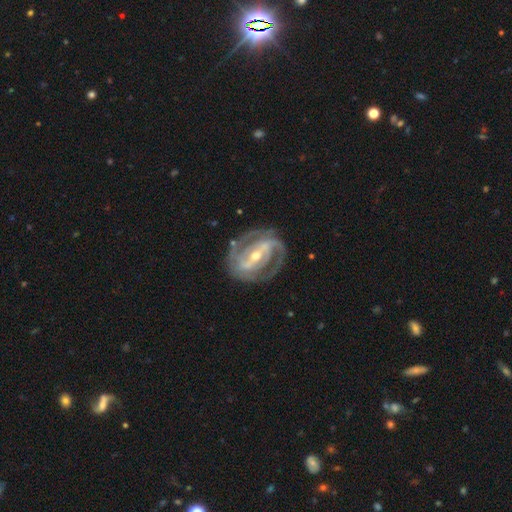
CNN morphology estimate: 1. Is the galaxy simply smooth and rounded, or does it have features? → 90% featured or disk, 5% smooth, 4% star or artifact.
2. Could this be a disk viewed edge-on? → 96% no, 4% yes.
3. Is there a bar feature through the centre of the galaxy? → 63% strong, 26% weak, 11% no.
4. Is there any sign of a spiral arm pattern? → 95% yes, 5% no.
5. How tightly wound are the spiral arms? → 52% tight, 40% medium, 9% loose.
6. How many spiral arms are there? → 72% 2, 13% 3, 8% can't tell, 3% 1, 2% 4, 2% more than 4.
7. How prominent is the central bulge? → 52% moderate, 44% small, 2% large, 1% none, 1% dominant.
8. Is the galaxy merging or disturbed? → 76% none, 15% minor disturbance, 7% major disturbance, 2% merger.